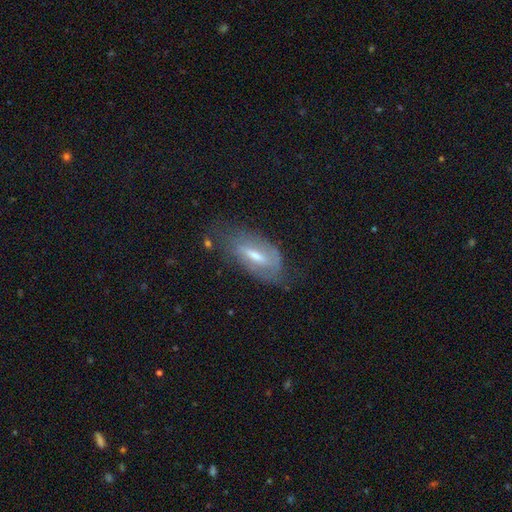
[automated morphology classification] Smooth or featured? featured or disk (62%)
Edge-on disk? no (80%)
Merging? none (56%)